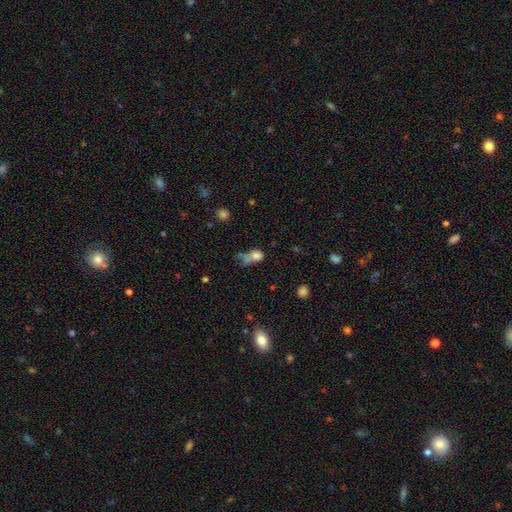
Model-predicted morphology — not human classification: type=smooth (73%); roundness=round (49%); merging=merger (39%).